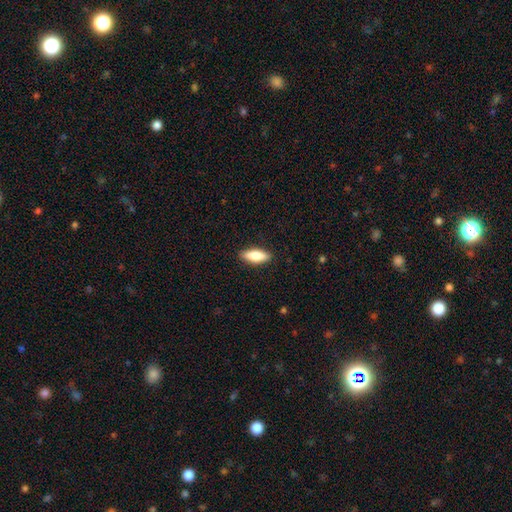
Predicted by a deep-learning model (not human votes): This appears to be a smooth galaxy with no disk features (81%) that is in between round and cigar-shaped (68%). Merging: none (89%).